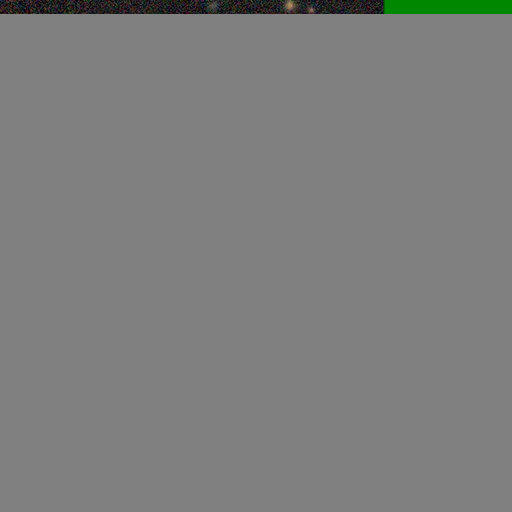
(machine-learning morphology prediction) A smooth galaxy with no disk features (83%) that is in between round and cigar-shaped (82%).

Vote fractions:
- Smooth or featured? smooth: 83% / star or artifact: 9% / featured or disk: 8%
- How rounded? in between: 82% / round: 17% / cigar-shaped: 1%
- Merging? none: 63% / minor disturbance: 17% / merger: 16% / major disturbance: 5%